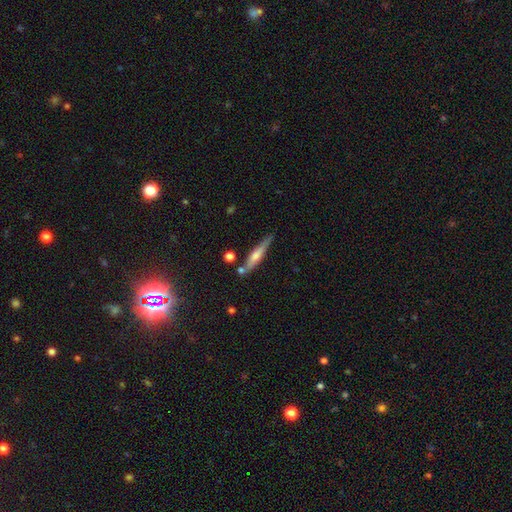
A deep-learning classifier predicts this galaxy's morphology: smooth-or-featured: featured or disk: 51% | smooth: 42% | star or artifact: 7%
  disk-edge-on: yes: 93% | no: 7%
  merging: none: 73% | minor disturbance: 16% | merger: 8% | major disturbance: 3%